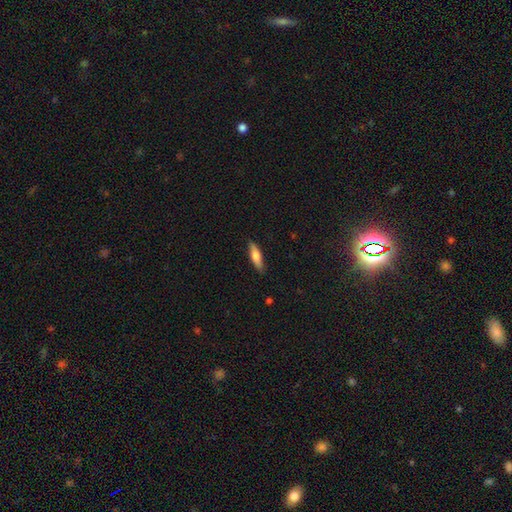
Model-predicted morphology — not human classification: Smooth or featured: smooth — 65% (featured or disk — 29%)
How rounded: cigar-shaped — 67% (in between — 31%)
Merging: none — 85% (minor disturbance — 12%)